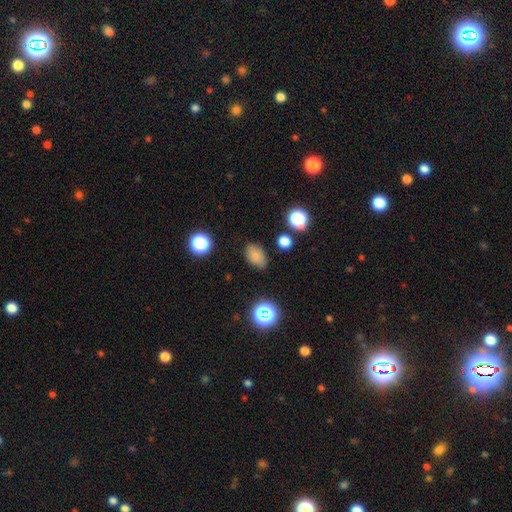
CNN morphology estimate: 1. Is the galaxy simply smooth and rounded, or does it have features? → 79% smooth, 13% star or artifact, 8% featured or disk.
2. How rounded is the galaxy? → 86% in between, 13% round, 1% cigar-shaped.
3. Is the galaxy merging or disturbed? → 81% none, 14% minor disturbance, 4% major disturbance, 2% merger.